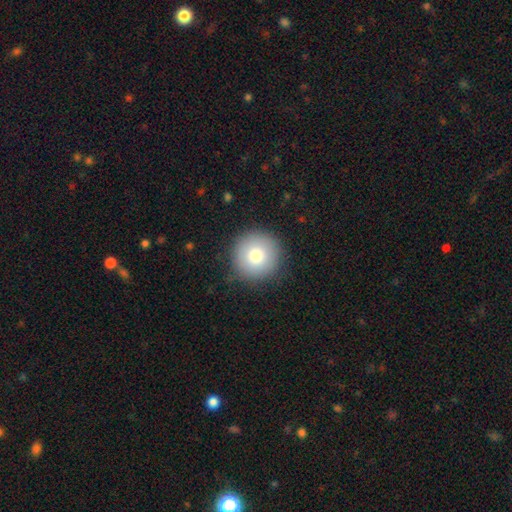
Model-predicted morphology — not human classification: A smooth galaxy with no disk features (78%) that is round (96%). Merging: none (88%).